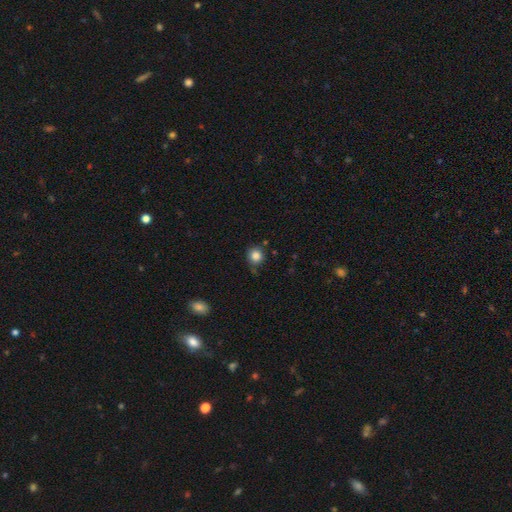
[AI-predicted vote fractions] Q: Smooth or featured?
A: smooth (84%); runner-up: star or artifact (11%)
Q: How rounded?
A: round (89%); runner-up: in between (10%)
Q: Merging?
A: none (78%); runner-up: minor disturbance (14%)